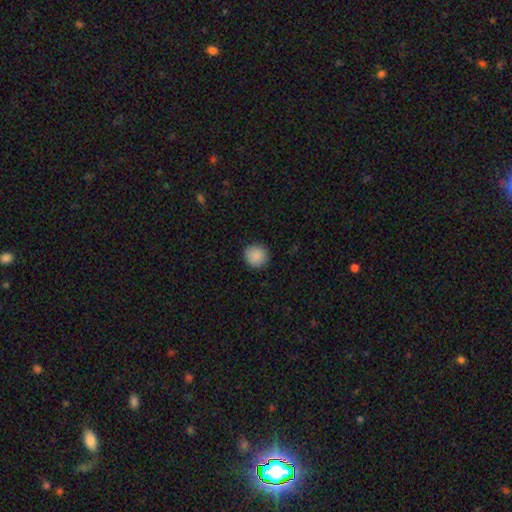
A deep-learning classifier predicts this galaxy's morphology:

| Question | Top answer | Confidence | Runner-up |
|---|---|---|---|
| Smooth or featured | smooth | 89% | star or artifact (8%) |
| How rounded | round | 93% | in between (6%) |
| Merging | none | 91% | minor disturbance (7%) |